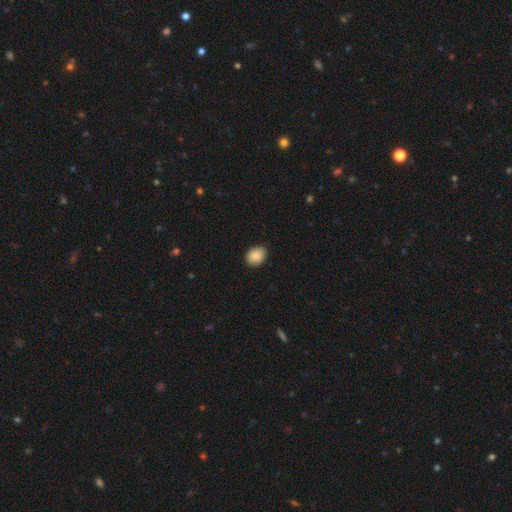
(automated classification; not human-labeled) Q: Smooth or featured?
A: smooth (87%); runner-up: star or artifact (7%)
Q: How rounded?
A: in between (53%); runner-up: round (46%)
Q: Merging?
A: none (87%); runner-up: minor disturbance (10%)